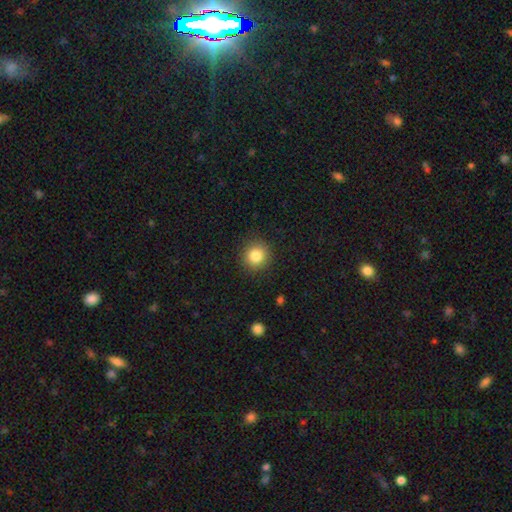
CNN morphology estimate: This is clearly a smooth galaxy (84%). How rounded: clearly round (92%). Merging: clearly none (90%).